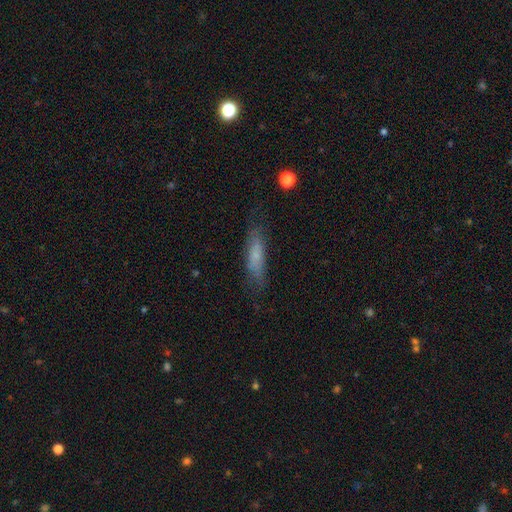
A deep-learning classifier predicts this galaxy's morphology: A smooth galaxy with no disk features (65%) that is cigar-shaped (71%).

Vote fractions:
- Smooth or featured? smooth: 65% / featured or disk: 27% / star or artifact: 8%
- How rounded? cigar-shaped: 71% / in between: 27% / round: 2%
- Merging? none: 71% / minor disturbance: 20% / major disturbance: 7% / merger: 2%